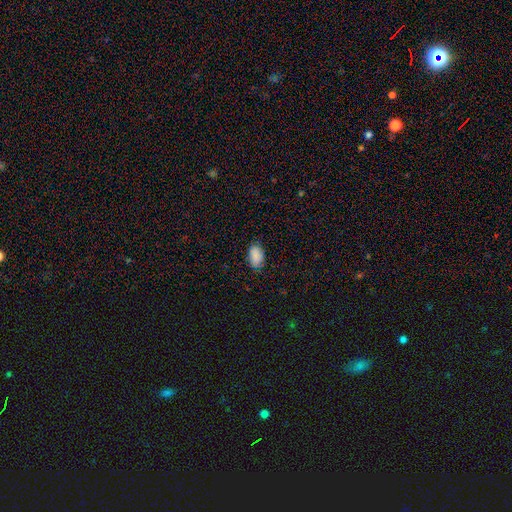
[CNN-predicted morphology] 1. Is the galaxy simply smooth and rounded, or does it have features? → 89% smooth, 7% star or artifact, 4% featured or disk.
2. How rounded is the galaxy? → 93% in between, 6% round, 2% cigar-shaped.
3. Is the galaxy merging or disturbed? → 80% none, 16% minor disturbance, 3% major disturbance, 1% merger.